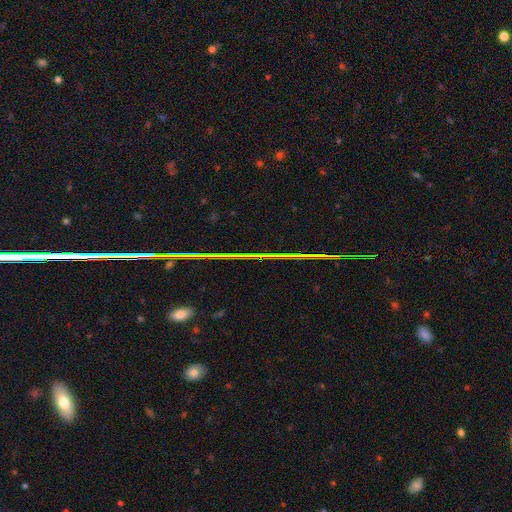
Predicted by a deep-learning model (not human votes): This is clearly a star or artifact rather than a galaxy (82%).